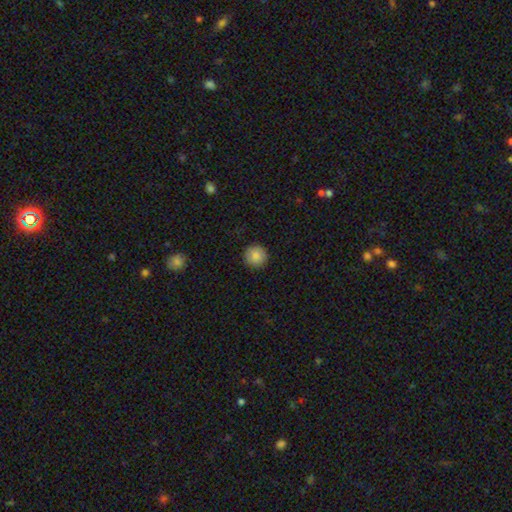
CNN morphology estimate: Smooth or featured?
  - smooth: 88% *
  - star or artifact: 8%
  - featured or disk: 4%
How rounded?
  - round: 95% *
  - in between: 4%
  - cigar-shaped: 1%
Merging?
  - none: 92% *
  - minor disturbance: 6%
  - major disturbance: 2%
  - merger: 1%